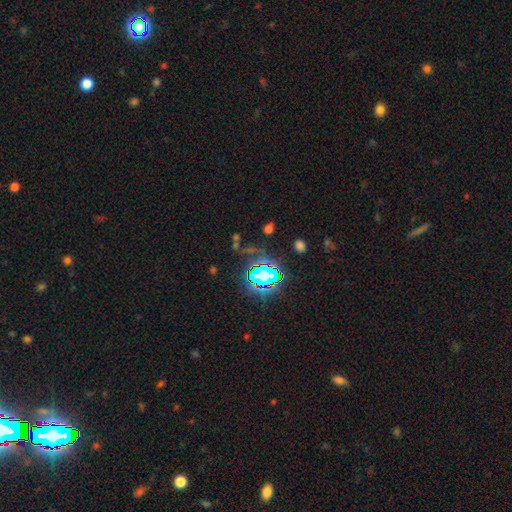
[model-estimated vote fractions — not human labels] Q: Smooth or featured?
A: star or artifact (81%); runner-up: smooth (12%)